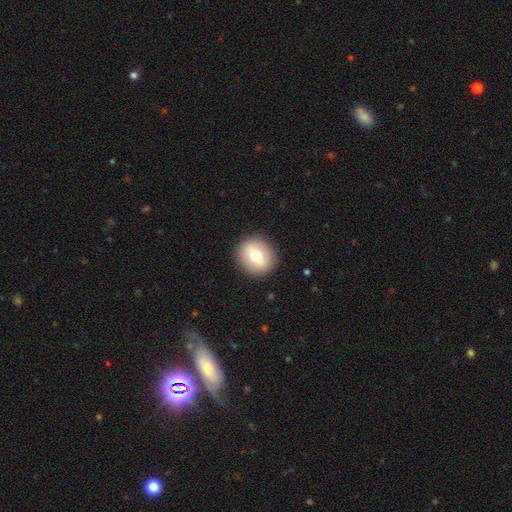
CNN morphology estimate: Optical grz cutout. It shows a smooth galaxy with no disk features (68%) that is round (83%). Merging: none (90%).